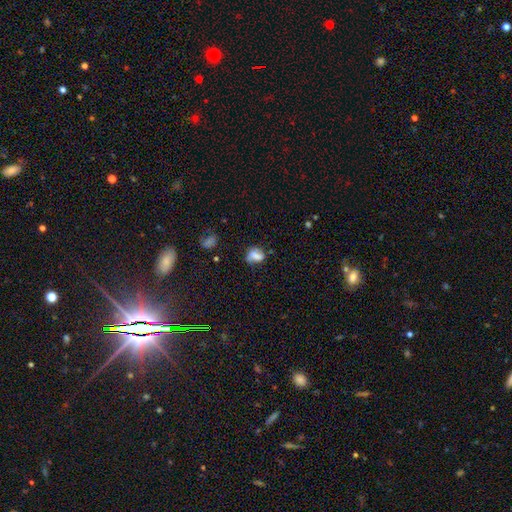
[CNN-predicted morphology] A smooth galaxy with no disk features (62%) that is in between round and cigar-shaped (55%).

Vote fractions:
- Smooth or featured? smooth: 62% / featured or disk: 25% / star or artifact: 13%
- How rounded? in between: 55% / round: 42% / cigar-shaped: 3%
- Merging? none: 54% / minor disturbance: 26% / major disturbance: 12% / merger: 8%